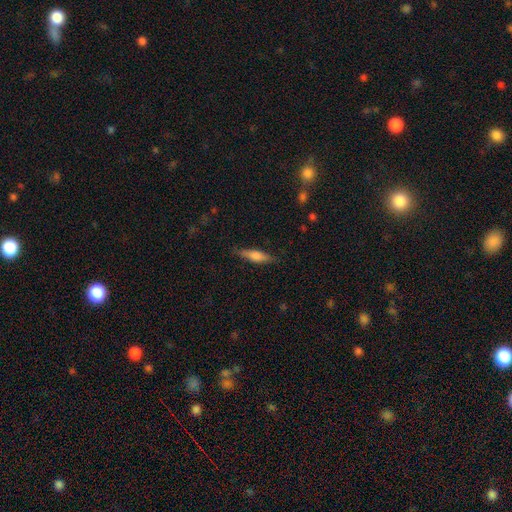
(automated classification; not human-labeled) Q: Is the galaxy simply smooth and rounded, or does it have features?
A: smooth — 59%.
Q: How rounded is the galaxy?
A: cigar-shaped — 68%.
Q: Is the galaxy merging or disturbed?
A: none — 83%.